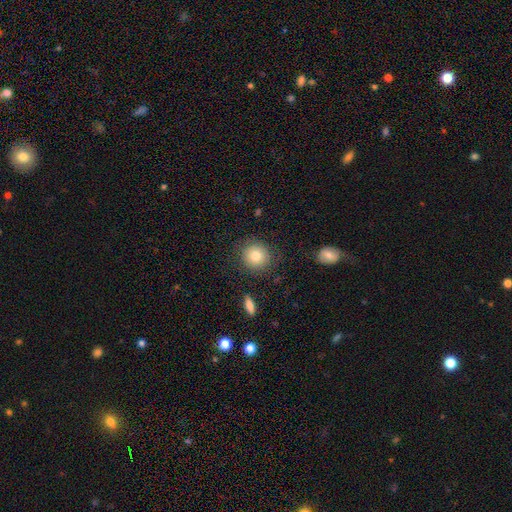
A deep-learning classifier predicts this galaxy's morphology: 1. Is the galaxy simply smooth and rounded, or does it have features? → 80% smooth, 10% featured or disk, 9% star or artifact.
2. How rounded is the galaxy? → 90% round, 9% in between, 1% cigar-shaped.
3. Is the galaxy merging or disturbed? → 85% none, 10% minor disturbance, 4% major disturbance, 2% merger.